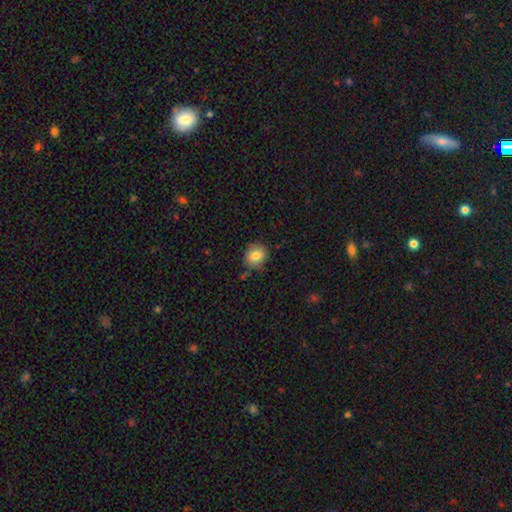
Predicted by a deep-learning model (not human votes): Smooth or featured? smooth (81%)
How rounded? round (71%)
Merging? none (79%)